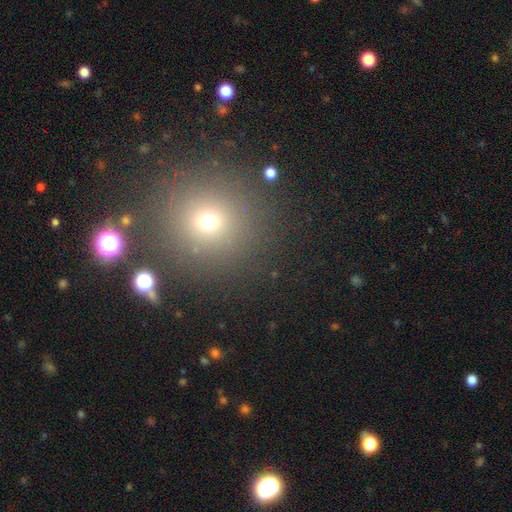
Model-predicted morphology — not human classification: The model was most divided on "smooth or featured": smooth: 55%, star or artifact: 36%, featured or disk: 9%. More confident: how rounded — round (92%); merging — none (88%).